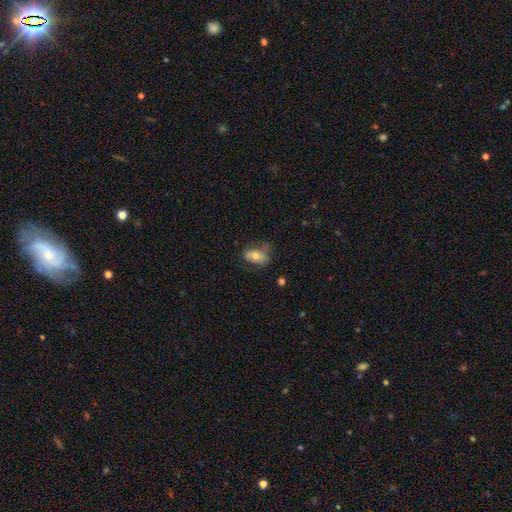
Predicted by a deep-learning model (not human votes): This is likely a smooth galaxy (69%). How rounded: clearly in between (89%). Merging: possibly none (57%).